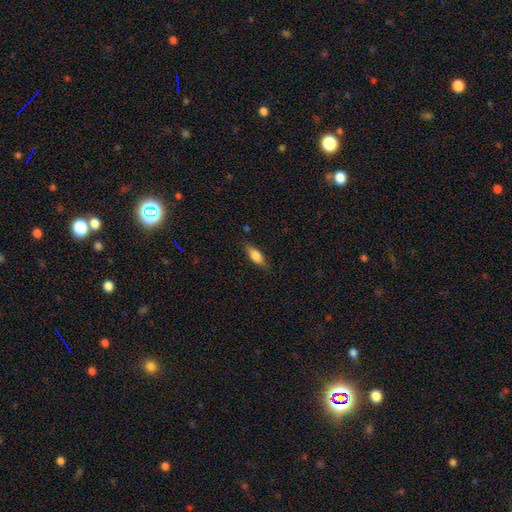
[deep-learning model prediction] smooth_or_featured: smooth (p=0.69) [alt: featured or disk p=0.24]
how_rounded: in between (p=0.62) [alt: cigar-shaped p=0.35]
merging: none (p=0.81) [alt: minor disturbance p=0.14]